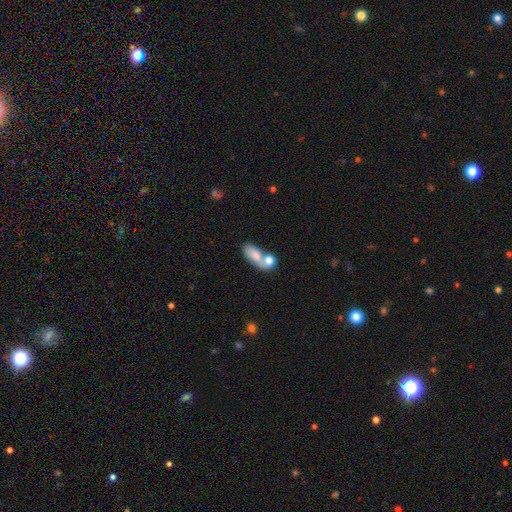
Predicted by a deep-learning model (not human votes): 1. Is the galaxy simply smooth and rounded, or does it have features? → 75% smooth, 17% featured or disk, 8% star or artifact.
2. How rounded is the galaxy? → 81% in between, 10% round, 10% cigar-shaped.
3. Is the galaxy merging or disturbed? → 56% merger, 26% none, 11% minor disturbance, 8% major disturbance.